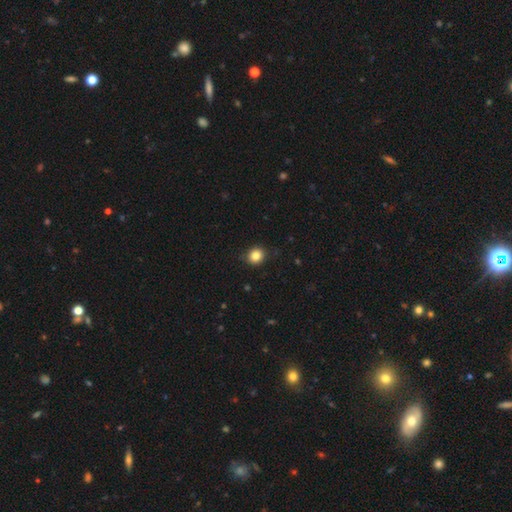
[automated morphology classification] This appears to be a smooth galaxy with no disk features (85%) that is round (77%). Merging: none (86%).